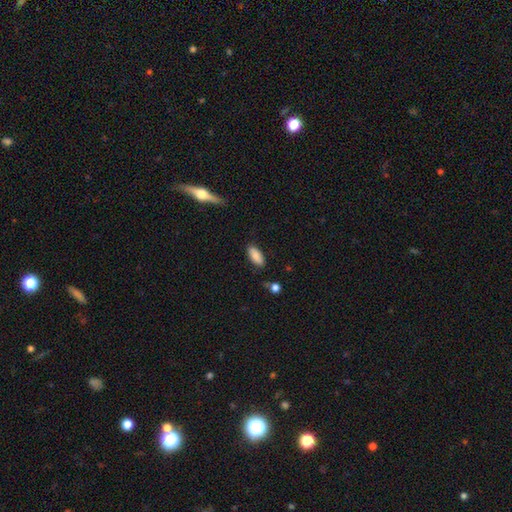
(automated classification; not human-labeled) Smooth or featured?
  - smooth: 86% *
  - featured or disk: 7%
  - star or artifact: 7%
How rounded?
  - in between: 87% *
  - cigar-shaped: 11%
  - round: 2%
Merging?
  - none: 82% *
  - minor disturbance: 13%
  - major disturbance: 3%
  - merger: 2%